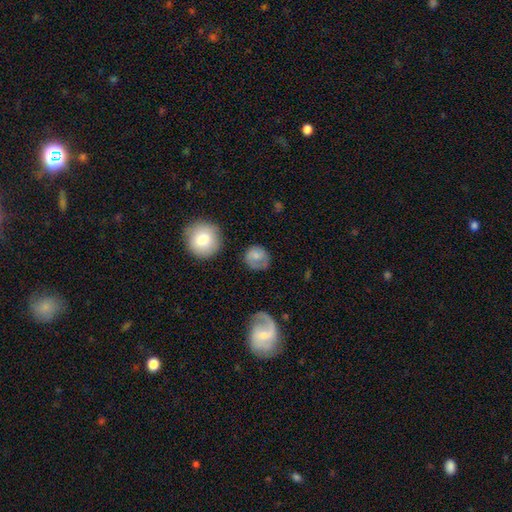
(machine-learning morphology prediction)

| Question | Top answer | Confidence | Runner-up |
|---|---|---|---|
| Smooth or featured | smooth | 70% | featured or disk (22%) |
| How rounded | round | 83% | in between (16%) |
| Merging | none | 62% | minor disturbance (23%) |